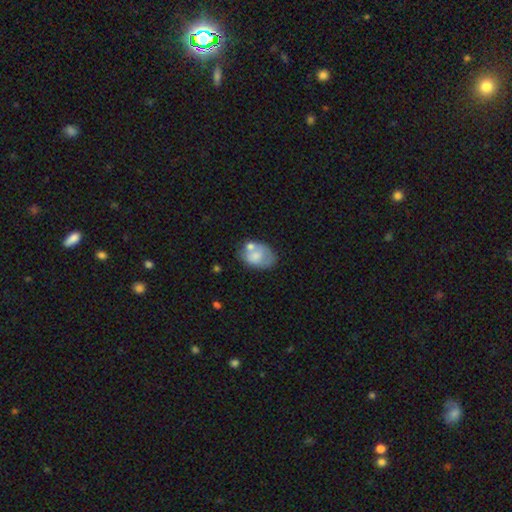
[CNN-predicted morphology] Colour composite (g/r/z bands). It shows a smooth galaxy with no disk features (66%) that is in between round and cigar-shaped (79%). Merging: none (43%).